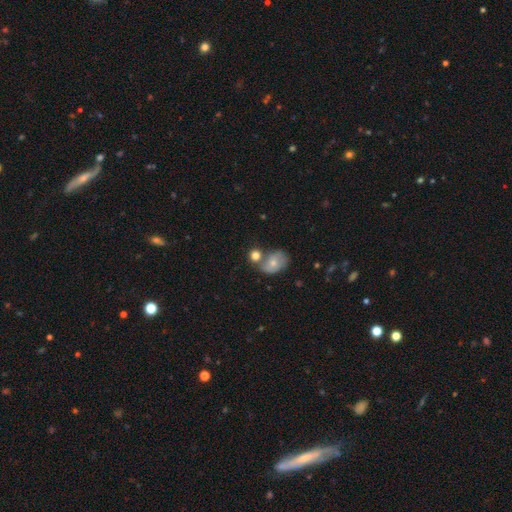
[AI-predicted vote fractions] Morphology: type=smooth (75%); roundness=round (68%); merging=none (44%).